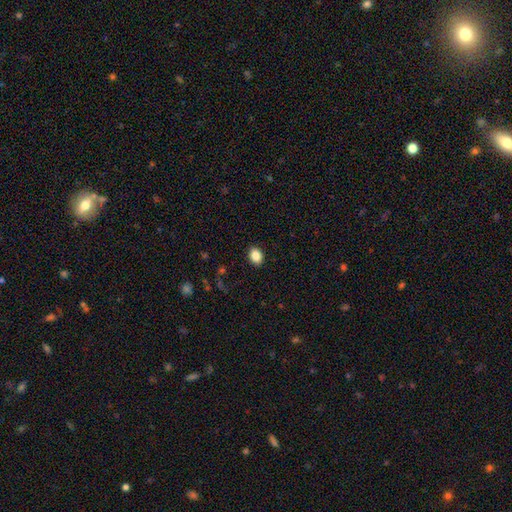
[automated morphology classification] Overall: smooth (86%). How rounded: in between (69%; round 30%). Merging: none (90%).